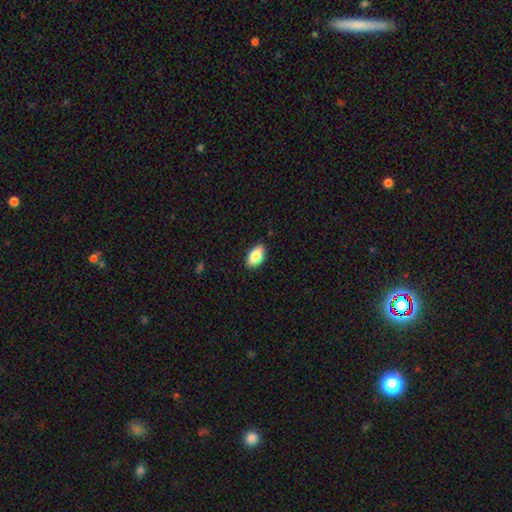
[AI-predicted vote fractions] Smooth or featured? Predicted: smooth (p=0.85). How rounded? Predicted: in between (p=0.93). Merging? Predicted: none (p=0.87).